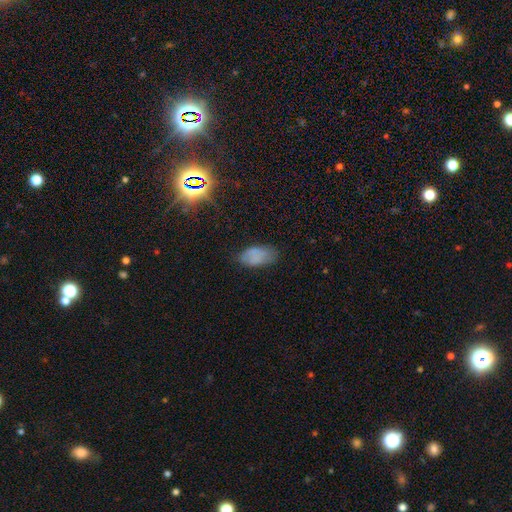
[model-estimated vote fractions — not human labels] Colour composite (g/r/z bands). It shows a smooth galaxy with no disk features (74%) that is in between round and cigar-shaped (94%). Merging: none (68%).